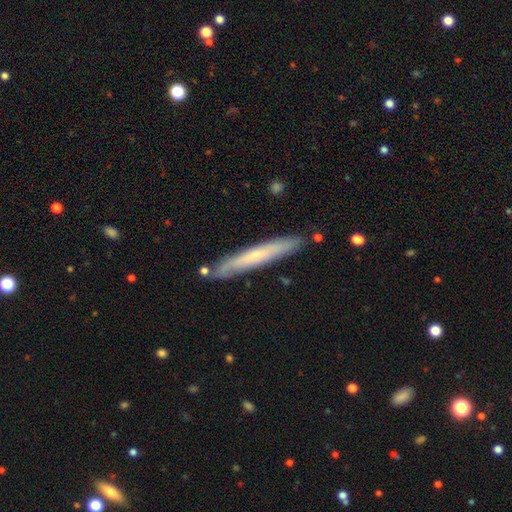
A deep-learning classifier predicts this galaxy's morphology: smooth_or_featured: smooth (p=0.48) [alt: featured or disk p=0.47]
merging: none (p=0.84) [alt: minor disturbance p=0.11]